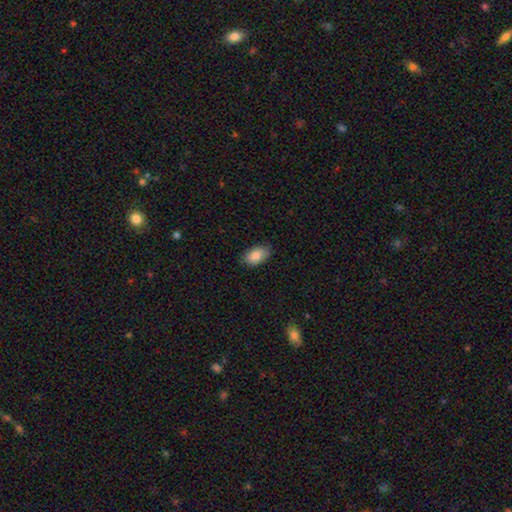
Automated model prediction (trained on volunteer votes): smooth_or_featured: smooth (p=0.87) [alt: star or artifact p=0.06]
how_rounded: in between (p=0.93) [alt: round p=0.05]
merging: none (p=0.81) [alt: minor disturbance p=0.15]